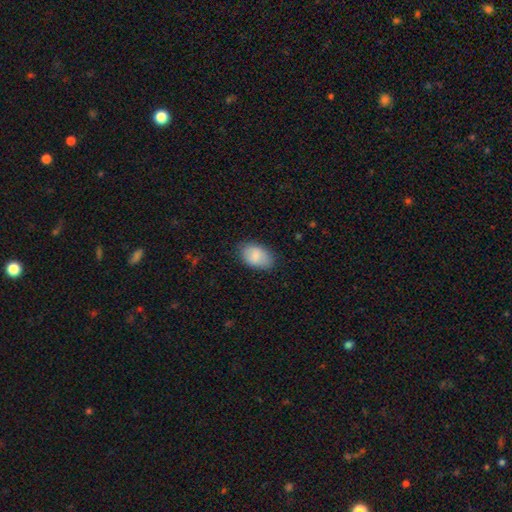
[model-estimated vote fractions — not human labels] smooth 85%, featured or disk 9%, star or artifact 6%. Down the decision tree: how rounded — in between (90%); merging — none (79%).